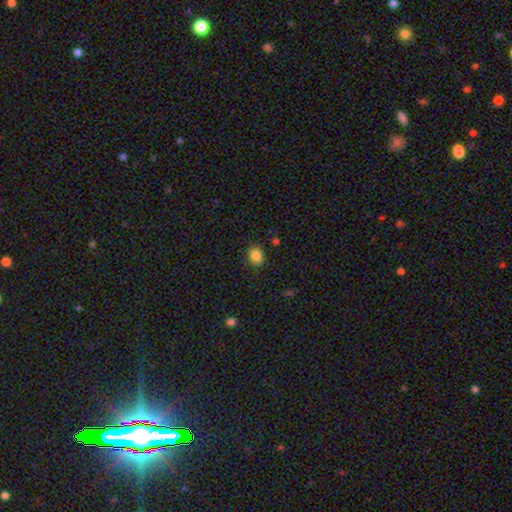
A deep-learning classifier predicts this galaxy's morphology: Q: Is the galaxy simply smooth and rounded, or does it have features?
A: smooth — 86%.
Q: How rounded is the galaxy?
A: in between — 64%.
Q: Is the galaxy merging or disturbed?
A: none — 86%.